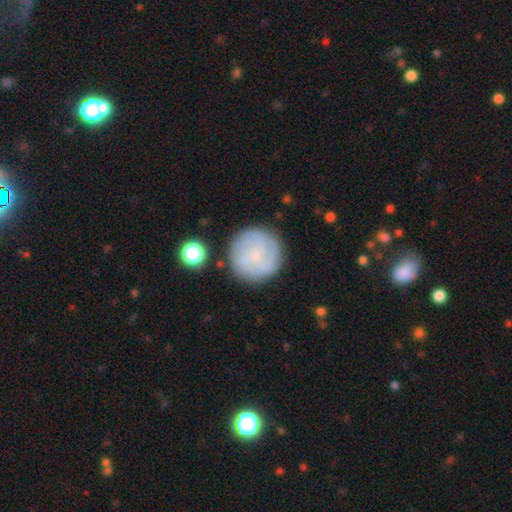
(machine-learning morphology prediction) Smooth or featured? Predicted: featured or disk (p=0.51). Edge-on disk? Predicted: no (p=0.98). Merging? Predicted: none (p=0.83).